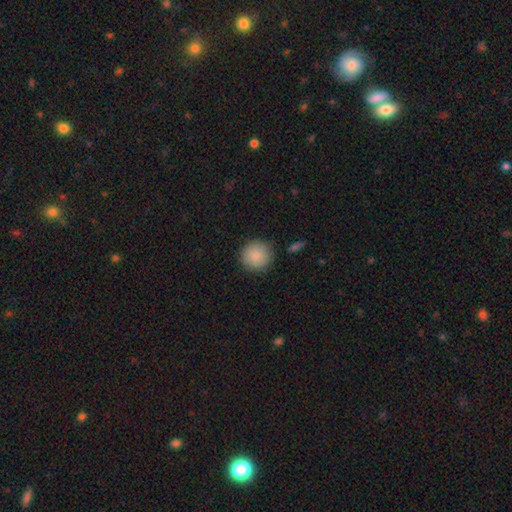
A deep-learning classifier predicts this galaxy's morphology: Smooth or featured: smooth — 87% (star or artifact — 7%)
How rounded: round — 94% (in between — 5%)
Merging: none — 88% (minor disturbance — 8%)